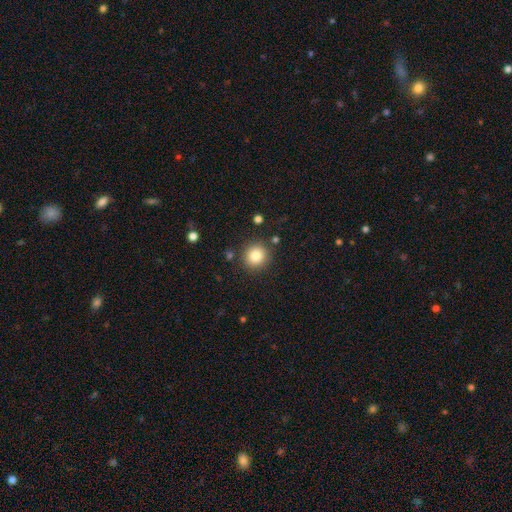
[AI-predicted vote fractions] The model was most divided on "smooth or featured": smooth: 84%, star or artifact: 10%, featured or disk: 6%. More confident: how rounded — round (91%); merging — none (87%).